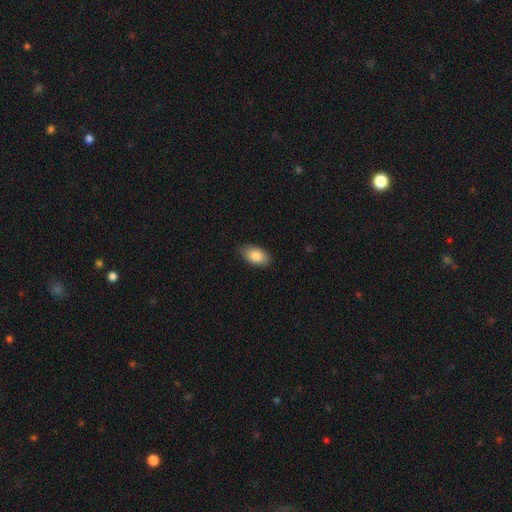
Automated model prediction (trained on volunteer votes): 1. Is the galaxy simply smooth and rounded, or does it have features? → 84% smooth, 9% featured or disk, 7% star or artifact.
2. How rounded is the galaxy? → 93% in between, 5% round, 2% cigar-shaped.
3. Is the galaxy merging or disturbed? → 86% none, 11% minor disturbance, 2% major disturbance, 1% merger.